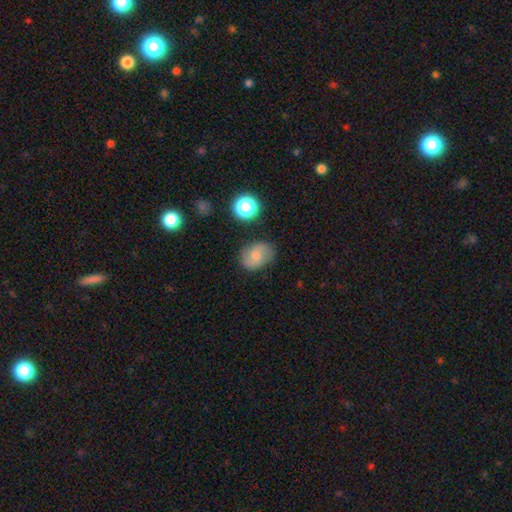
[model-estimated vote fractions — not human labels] Smooth or featured? Predicted: smooth (p=0.60). How rounded? Predicted: in between (p=0.63). Merging? Predicted: none (p=0.77).